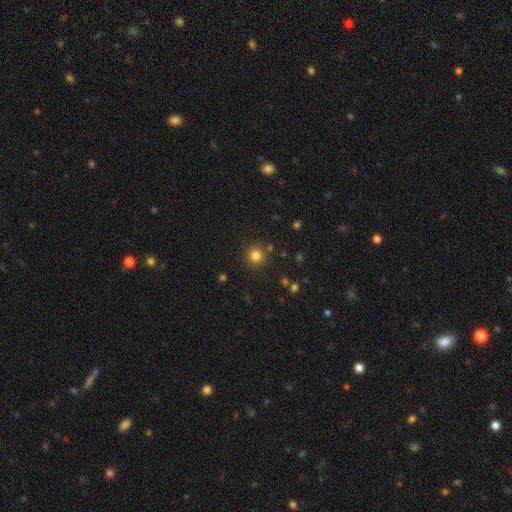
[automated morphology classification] Overall: smooth (81%). How rounded: round (94%). Merging: none (87%).